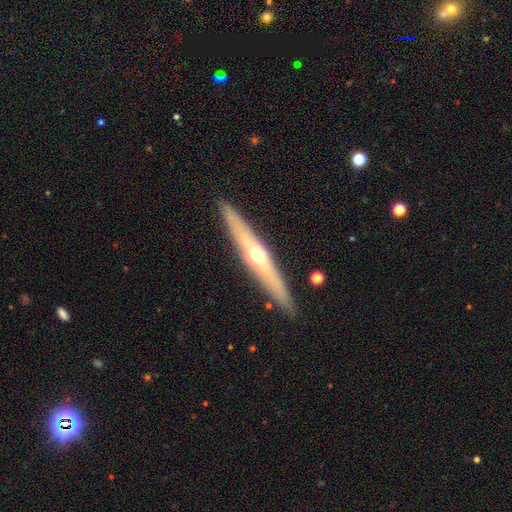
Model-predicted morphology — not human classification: Overall: featured or disk (65%; smooth 29%). Edge-on disk: yes (94%). Edge-on bulge: rounded (87%). Merging: none (91%).